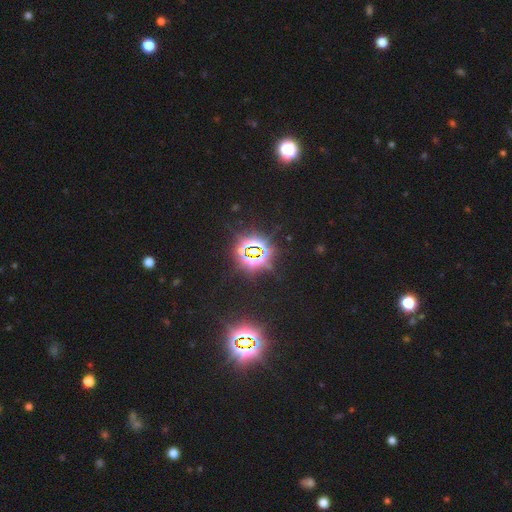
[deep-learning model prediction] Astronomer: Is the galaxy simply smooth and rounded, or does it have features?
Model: star or artifact — 79%.